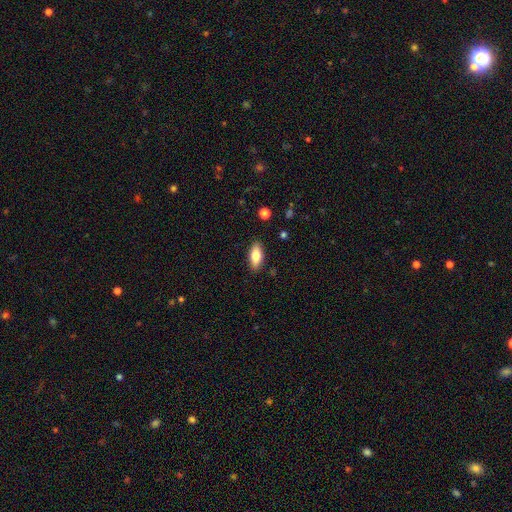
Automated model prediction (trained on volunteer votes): This appears to be a smooth galaxy with no disk features (80%) that is in between round and cigar-shaped (81%). Merging: none (88%).